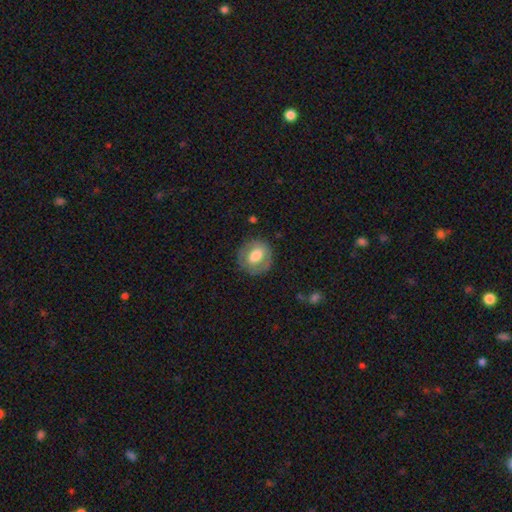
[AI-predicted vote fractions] smooth 58%, featured or disk 35%, star or artifact 7%. Down the decision tree: how rounded — round (69%); merging — none (80%).